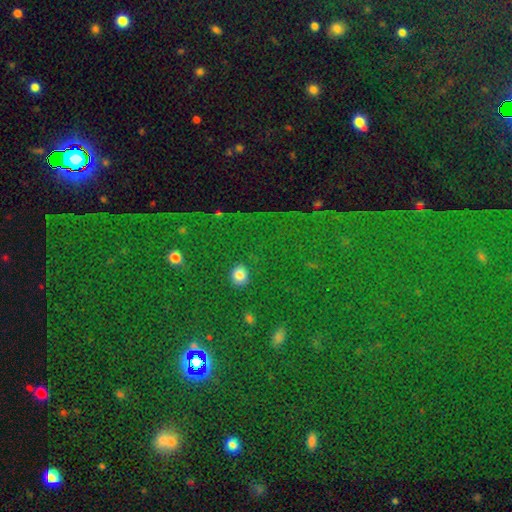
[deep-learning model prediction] Q: Smooth or featured?
A: star or artifact (83%); runner-up: smooth (10%)